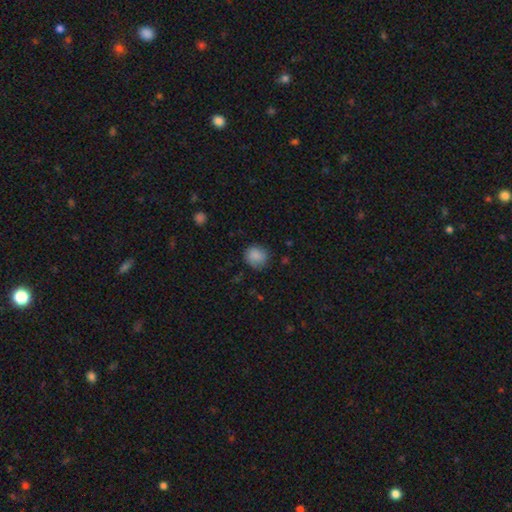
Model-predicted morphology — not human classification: This is clearly a smooth galaxy (86%). How rounded: clearly round (83%). Merging: likely none (80%).